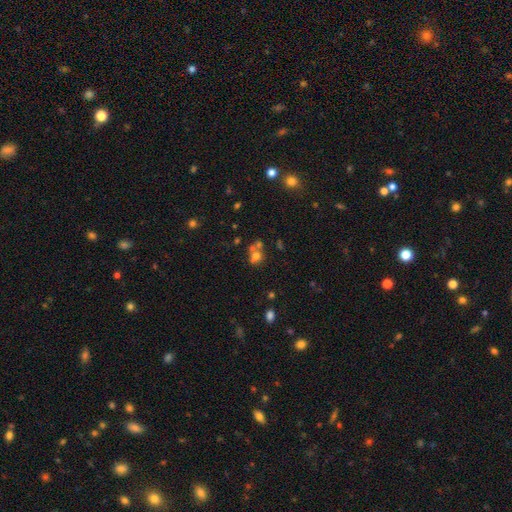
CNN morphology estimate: Smooth or featured? Predicted: smooth (p=0.61). How rounded? Predicted: round (p=0.65). Merging? Predicted: merger (p=0.45).